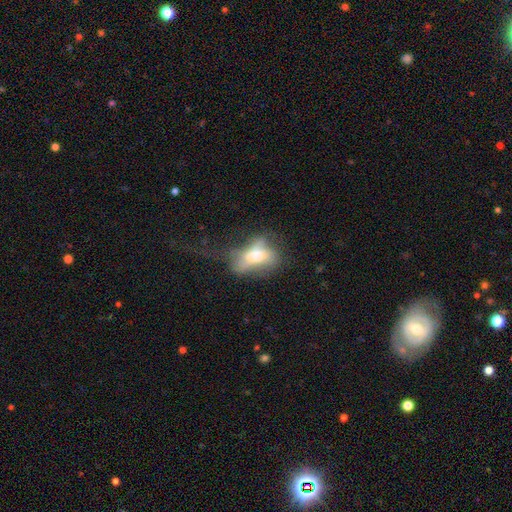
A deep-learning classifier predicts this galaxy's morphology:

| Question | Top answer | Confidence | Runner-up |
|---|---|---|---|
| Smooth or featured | smooth | 51% | featured or disk (38%) |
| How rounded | in between | 82% | round (12%) |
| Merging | major disturbance | 46% | none (26%) |